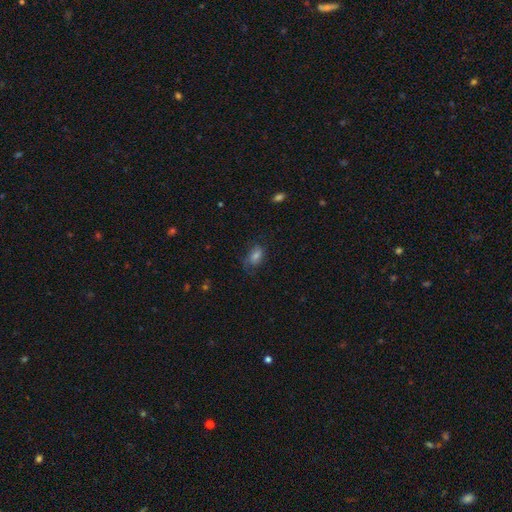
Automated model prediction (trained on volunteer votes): A smooth galaxy with no disk features (48%). Merging: none (58%).